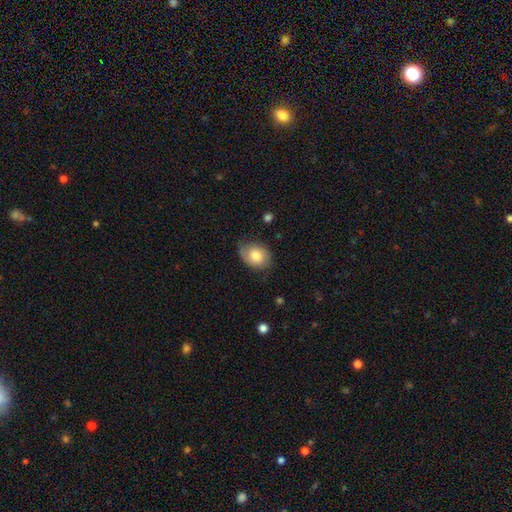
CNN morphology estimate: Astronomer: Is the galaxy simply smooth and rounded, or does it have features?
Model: smooth — 72%.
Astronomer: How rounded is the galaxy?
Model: in between — 67%.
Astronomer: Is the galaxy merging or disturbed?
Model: none — 68%.